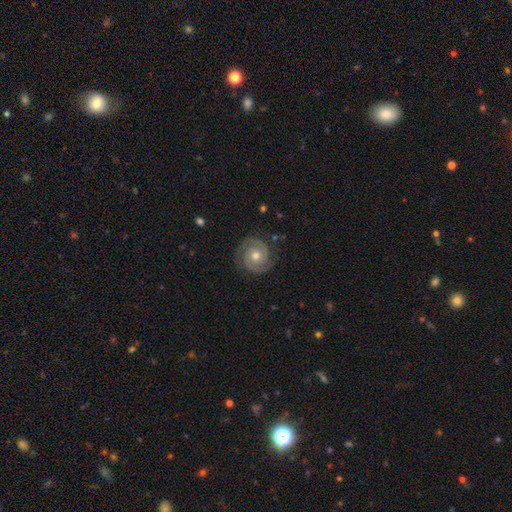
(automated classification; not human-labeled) Smooth or featured? Predicted: featured or disk (p=0.83). Edge-on disk? Predicted: no (p=0.98). Bar? Predicted: no (p=0.78). Spiral arms? Predicted: yes (p=0.96). Spiral winding? Predicted: tight (p=0.72). Spiral arm count? Predicted: 2 (p=0.89). Bulge size? Predicted: moderate (p=0.69). Merging? Predicted: none (p=0.85).